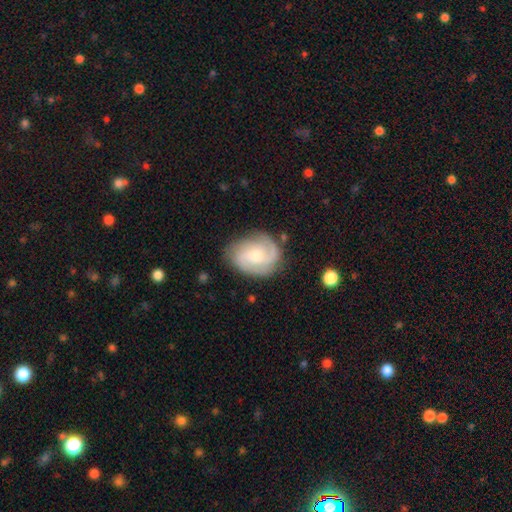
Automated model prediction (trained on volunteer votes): A featured or disk galaxy (73%) with no bar (58%), 2 (42%) medium (44%) spiral arms (94%) and a moderate central bulge (48%).

Vote fractions:
- Smooth or featured? featured or disk: 73% / smooth: 22% / star or artifact: 6%
- Edge-on disk? no: 97% / yes: 3%
- Bar? no: 58% / weak: 36% / strong: 6%
- Spiral arms? yes: 94% / no: 6%
- Spiral winding? medium: 44% / tight: 40% / loose: 16%
- Spiral arm count? 2: 42% / 3: 29% / can't tell: 16% / 1: 6% / 4: 4% / more than 4: 3%
- Bulge size? moderate: 48% / small: 44% / large: 4% / none: 3% / dominant: 1%
- Merging? none: 74% / minor disturbance: 18% / major disturbance: 6% / merger: 2%